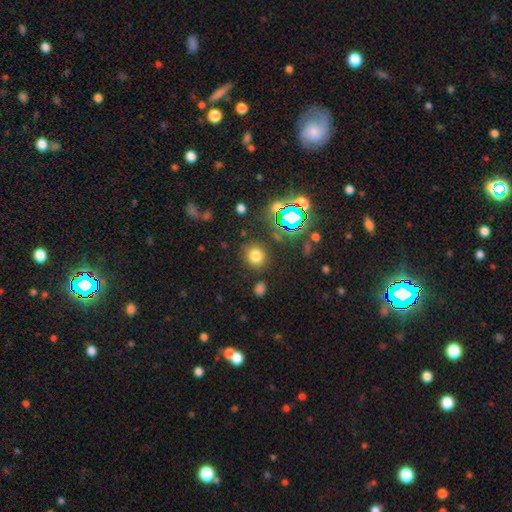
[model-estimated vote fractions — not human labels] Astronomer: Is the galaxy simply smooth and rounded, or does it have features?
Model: smooth — 72%.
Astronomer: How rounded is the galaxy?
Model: round — 79%.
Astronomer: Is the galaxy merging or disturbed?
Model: none — 83%.